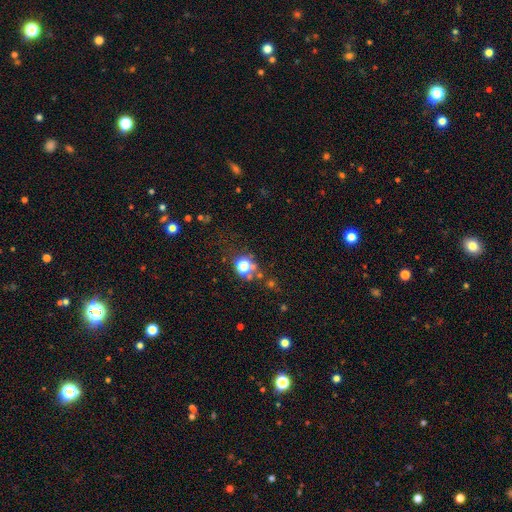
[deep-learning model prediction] A smooth galaxy with no disk features (48%). Merging: none (67%).